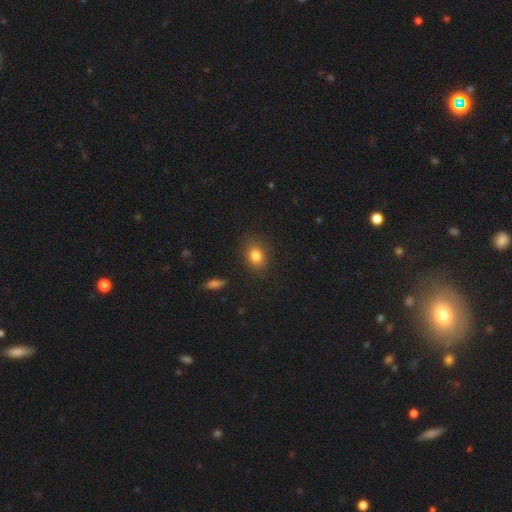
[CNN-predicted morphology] Smooth or featured?
  - smooth: 82% *
  - star or artifact: 11%
  - featured or disk: 7%
How rounded?
  - in between: 55% *
  - round: 43%
  - cigar-shaped: 2%
Merging?
  - none: 85% *
  - minor disturbance: 11%
  - major disturbance: 3%
  - merger: 1%